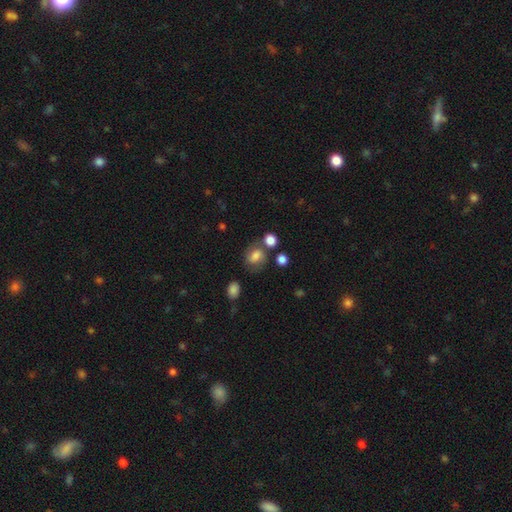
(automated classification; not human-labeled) The model was most divided on "how rounded": round: 51%, in between: 48%, cigar-shaped: 1%. More confident: smooth or featured — smooth (64%); merging — none (59%).